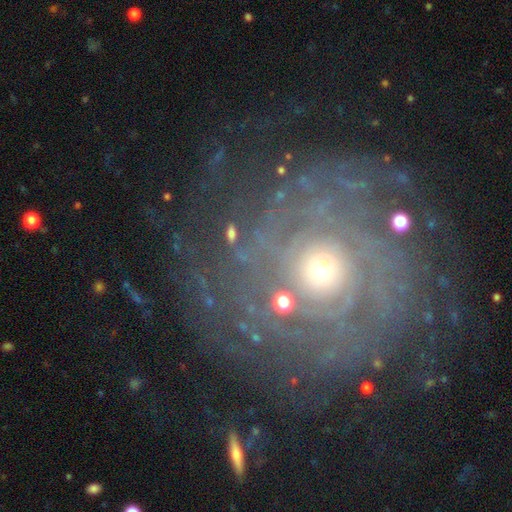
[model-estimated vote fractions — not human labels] Smooth or featured? Predicted: featured or disk (p=0.84). Edge-on disk? Predicted: no (p=0.97). Bar? Predicted: no (p=0.83). Spiral arms? Predicted: yes (p=0.91). Spiral winding? Predicted: tight (p=0.76). Spiral arm count? Predicted: can't tell (p=0.39). Bulge size? Predicted: moderate (p=0.55). Merging? Predicted: none (p=0.75).